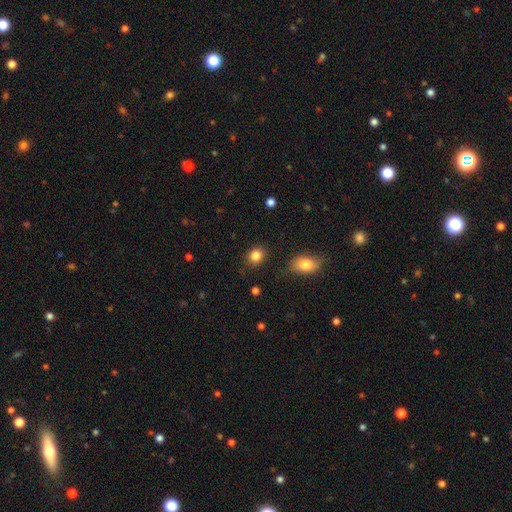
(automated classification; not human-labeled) The model was most divided on "how rounded": round: 63%, in between: 36%, cigar-shaped: 1%. More confident: merging — none (86%); smooth or featured — smooth (85%).